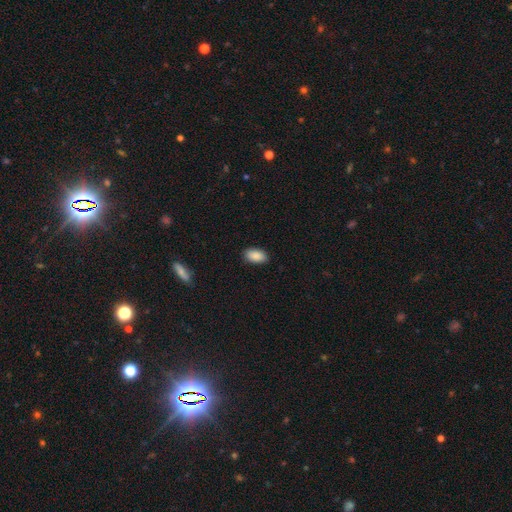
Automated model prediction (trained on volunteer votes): The model was most divided on "merging": none: 87%, minor disturbance: 10%, major disturbance: 2%, merger: 1%. More confident: how rounded — in between (94%); smooth or featured — smooth (89%).